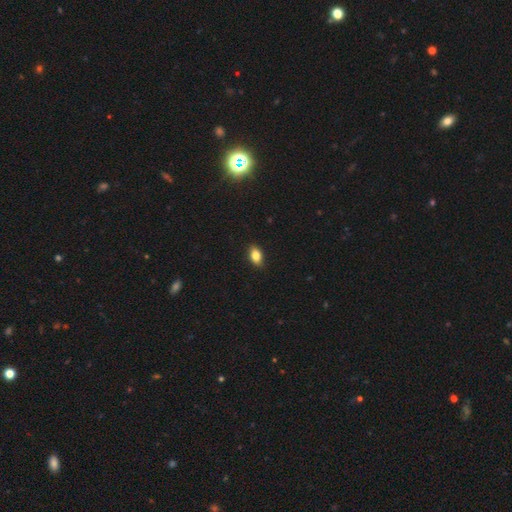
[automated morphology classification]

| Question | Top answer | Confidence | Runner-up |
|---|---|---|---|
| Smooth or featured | smooth | 84% | star or artifact (9%) |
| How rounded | in between | 86% | round (12%) |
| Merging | none | 88% | minor disturbance (10%) |